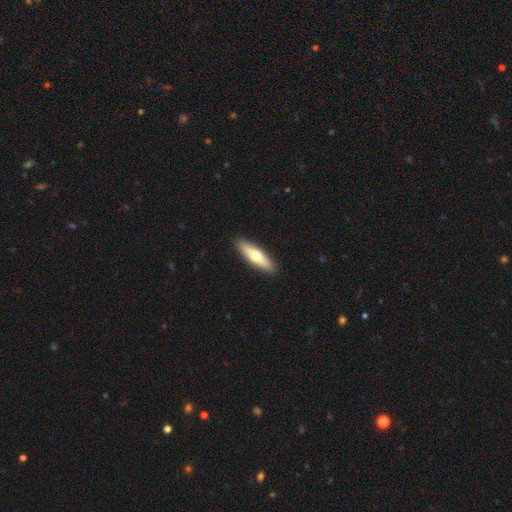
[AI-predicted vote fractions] Overall: smooth (58%; featured or disk 37%). How rounded: cigar-shaped (65%; in between 33%). Merging: none (91%).